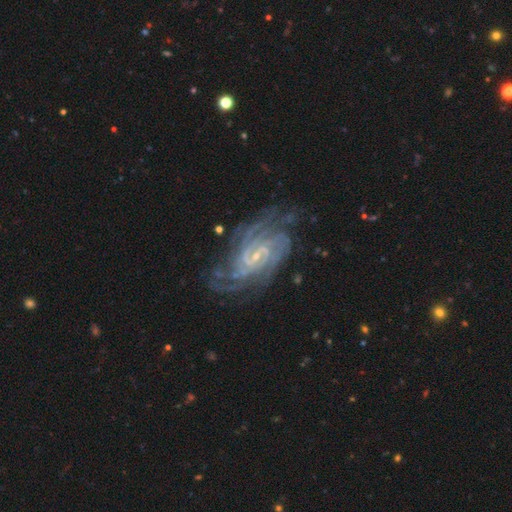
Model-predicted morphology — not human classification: smooth-or-featured: featured or disk: 88% | star or artifact: 7% | smooth: 5%
  disk-edge-on: no: 96% | yes: 4%
    bar: weak: 45% | no: 39% | strong: 16%
    has-spiral-arms: yes: 97% | no: 3%
      spiral-winding: tight: 60% | medium: 33% | loose: 7%
      spiral-arm-count: can't tell: 25% | 4: 23% | 3: 16% | 2: 15% | more than 4: 13% | 1: 8%
    bulge-size: small: 78% | moderate: 14% | none: 6% | large: 1% | dominant: 1%
  merging: none: 73% | minor disturbance: 16% | major disturbance: 9% | merger: 2%